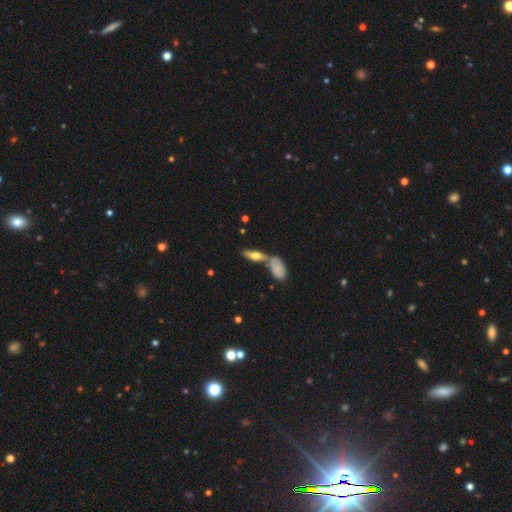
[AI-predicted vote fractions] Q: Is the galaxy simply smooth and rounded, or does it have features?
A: smooth — 54%.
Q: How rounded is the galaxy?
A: in between — 60%.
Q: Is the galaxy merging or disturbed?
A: none — 55%.